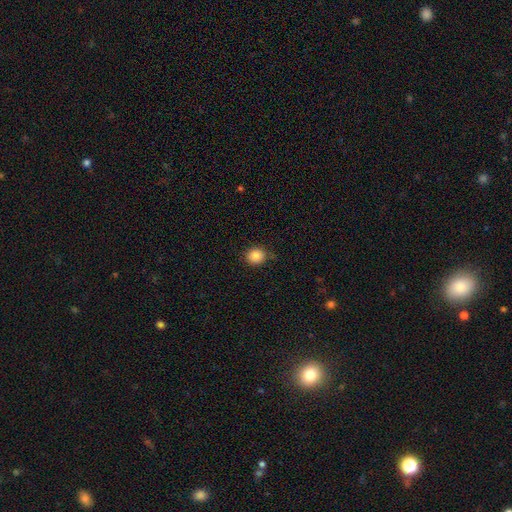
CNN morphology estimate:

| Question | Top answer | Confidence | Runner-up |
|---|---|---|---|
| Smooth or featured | smooth | 85% | star or artifact (10%) |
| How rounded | round | 83% | in between (16%) |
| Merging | none | 82% | minor disturbance (14%) |